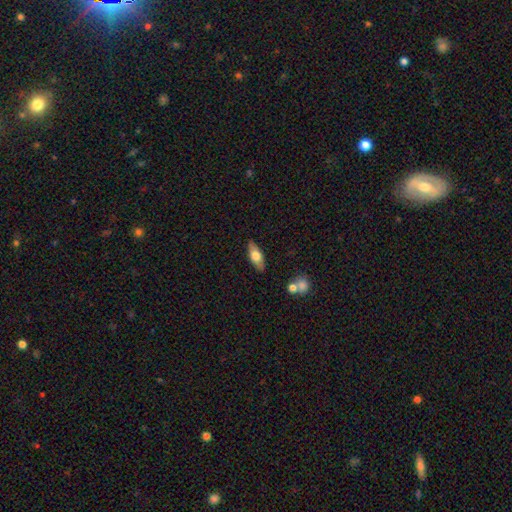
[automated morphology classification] Smooth or featured: smooth — 61% (featured or disk — 33%)
How rounded: in between — 74% (cigar-shaped — 22%)
Merging: none — 85% (minor disturbance — 11%)